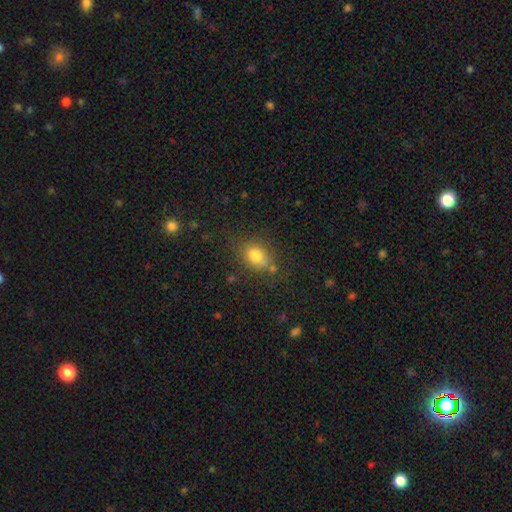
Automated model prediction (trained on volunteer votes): smooth-or-featured: smooth: 78% | star or artifact: 12% | featured or disk: 10%
  how-rounded: in between: 57% | round: 42% | cigar-shaped: 1%
  merging: none: 67% | minor disturbance: 19% | merger: 8% | major disturbance: 7%